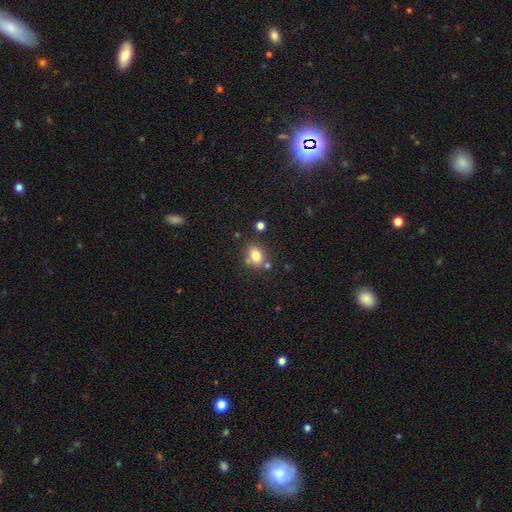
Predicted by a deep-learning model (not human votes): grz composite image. It shows a smooth galaxy with no disk features (78%) that is in between round and cigar-shaped (50%). Merging: none (70%).